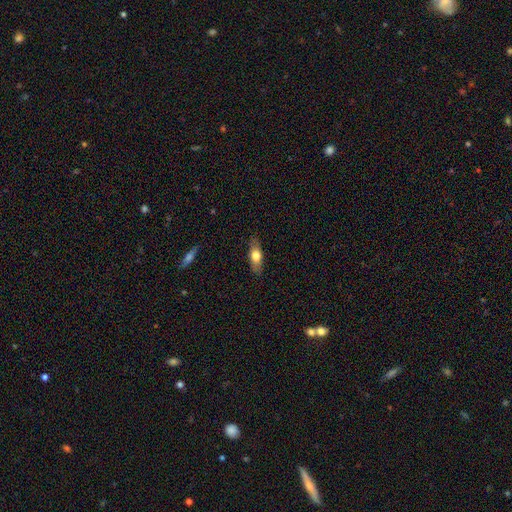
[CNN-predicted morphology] type=smooth (66%); roundness=in between (69%); merging=none (84%).